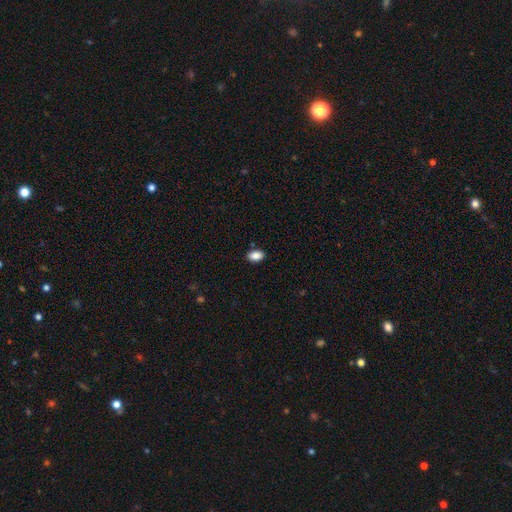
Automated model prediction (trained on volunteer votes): smooth_or_featured: smooth (p=0.88) [alt: star or artifact p=0.08]
how_rounded: in between (p=0.89) [alt: round p=0.09]
merging: none (p=0.88) [alt: minor disturbance p=0.09]